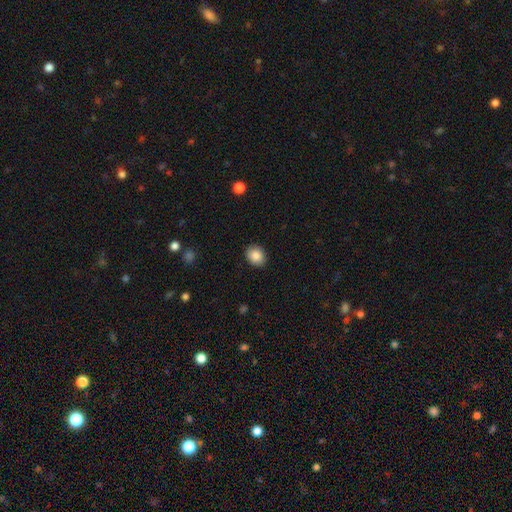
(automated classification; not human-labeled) A smooth galaxy with no disk features (87%) that is round (52%). Merging: none (89%).